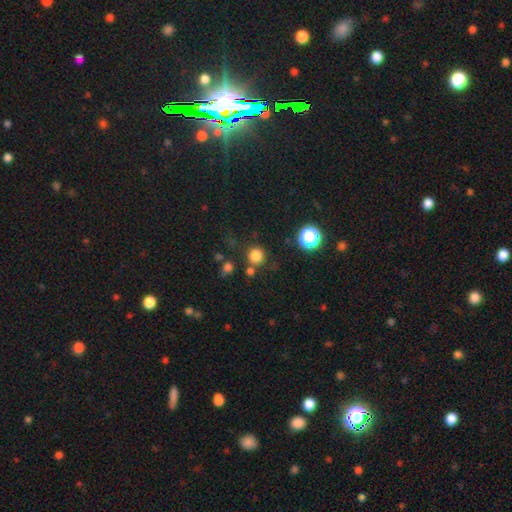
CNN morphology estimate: smooth 80%, star or artifact 16%, featured or disk 4%. Down the decision tree: how rounded — round (94%); merging — none (80%).